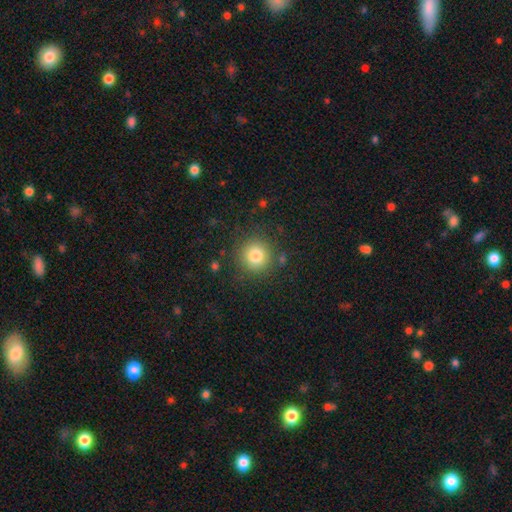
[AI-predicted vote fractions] Smooth or featured: smooth — 81% (star or artifact — 11%)
How rounded: round — 93% (in between — 6%)
Merging: none — 86% (minor disturbance — 8%)